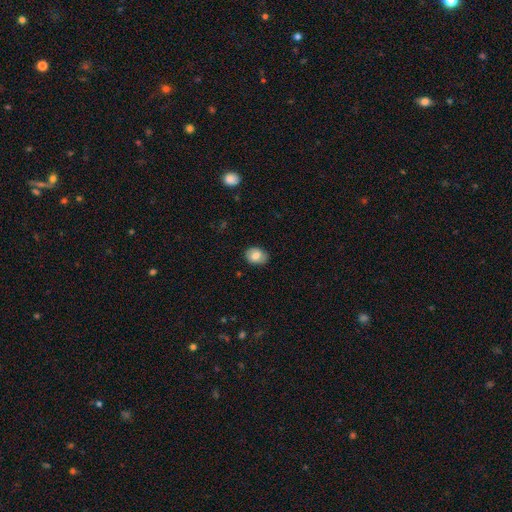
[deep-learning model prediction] smooth_or_featured: smooth (p=0.76) [alt: featured or disk p=0.16]
how_rounded: in between (p=0.65) [alt: round p=0.33]
merging: none (p=0.82) [alt: minor disturbance p=0.14]